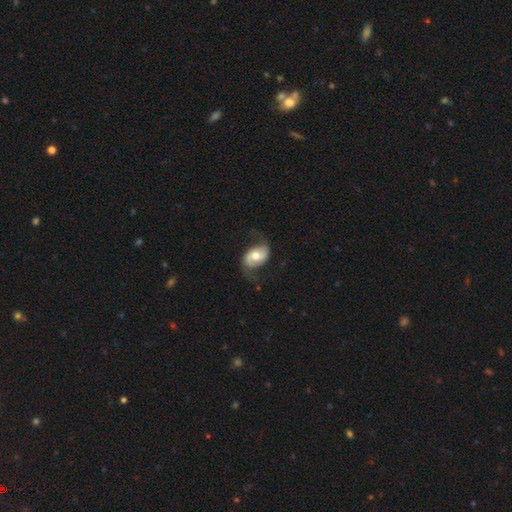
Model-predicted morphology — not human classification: type=featured or disk (72%); edge-on=no (96%); bar=no (47%); spiral arms=yes (89%); winding=loose (61%); arm count=2 (90%); bulge=moderate (71%); merging=none (66%).